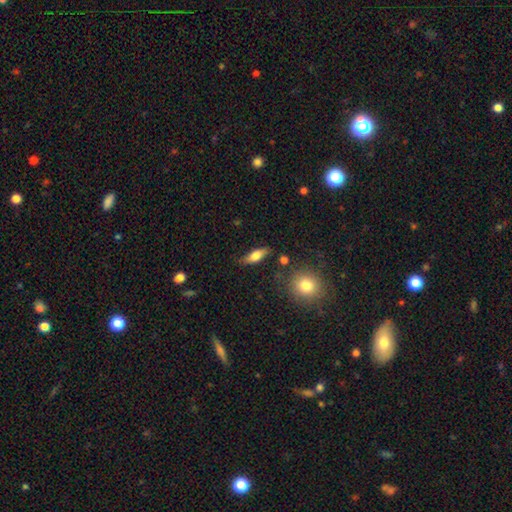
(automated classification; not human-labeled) Overall: smooth (66%). How rounded: in between (66%; cigar-shaped 29%). Merging: none (71%).